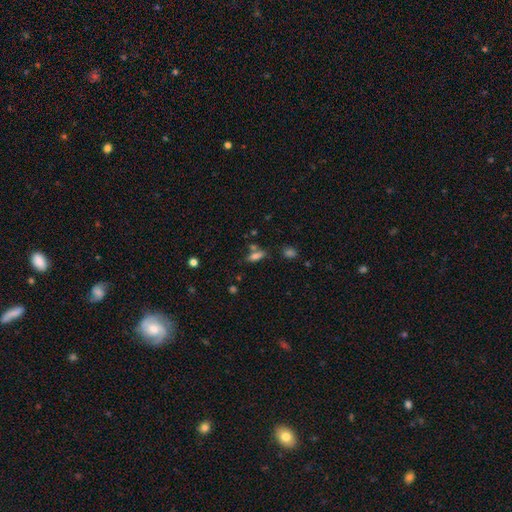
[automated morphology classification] A smooth galaxy with no disk features (72%) that is in between round and cigar-shaped (62%).

Vote fractions:
- Smooth or featured? smooth: 72% / featured or disk: 15% / star or artifact: 14%
- How rounded? in between: 62% / cigar-shaped: 33% / round: 5%
- Merging? none: 58% / merger: 18% / minor disturbance: 17% / major disturbance: 7%